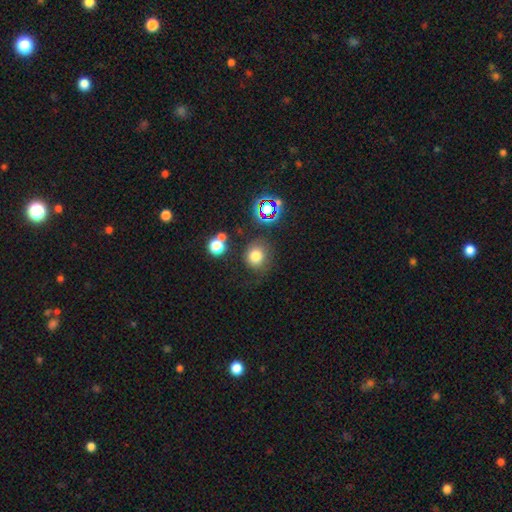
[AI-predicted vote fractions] smooth 75%, star or artifact 17%, featured or disk 8%. Down the decision tree: how rounded — round (85%); merging — none (72%).